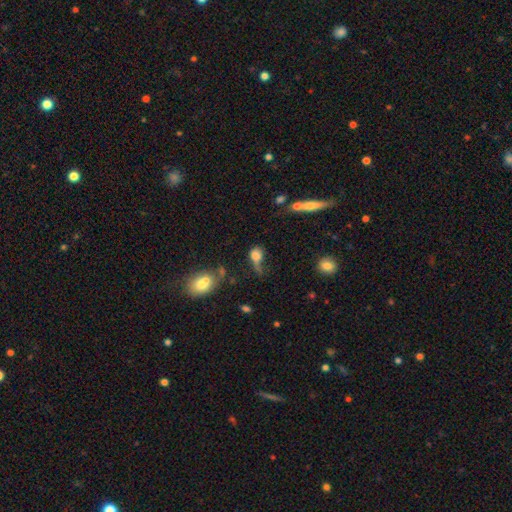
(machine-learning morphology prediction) The model was most divided on "merging": major disturbance: 38%, none: 24%, minor disturbance: 22%, merger: 15%. More confident: smooth or featured — smooth (67%); how rounded — in between (56%).